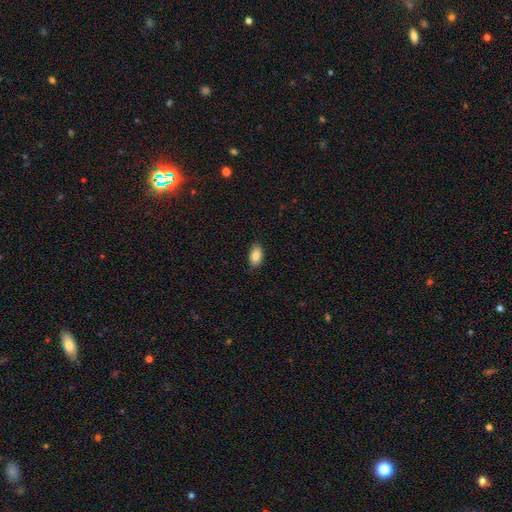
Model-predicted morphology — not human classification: Smooth or featured? smooth (86%)
How rounded? in between (93%)
Merging? none (85%)